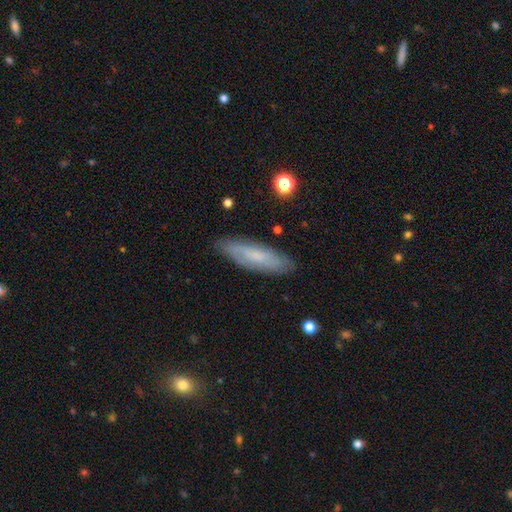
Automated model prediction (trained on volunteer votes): Morphology: type=smooth (50%); merging=none (83%).